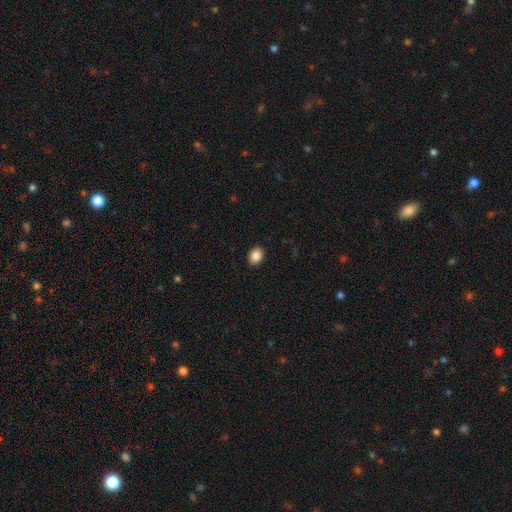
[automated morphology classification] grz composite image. It shows a smooth galaxy with no disk features (88%) that is in between round and cigar-shaped (65%). Merging: none (90%).